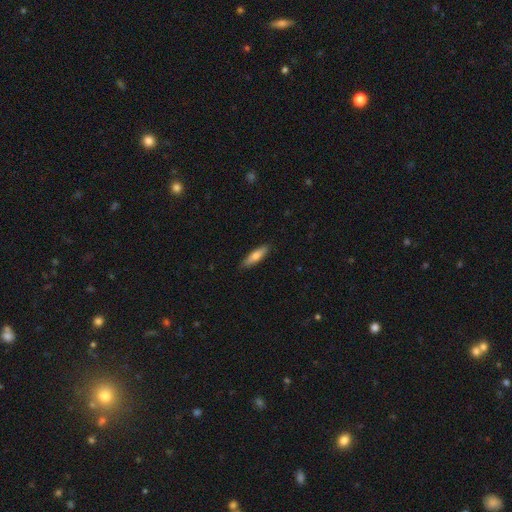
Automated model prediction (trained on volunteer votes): smooth 69%, featured or disk 26%, star or artifact 6%. Down the decision tree: how rounded — cigar-shaped (70%); merging — none (89%).